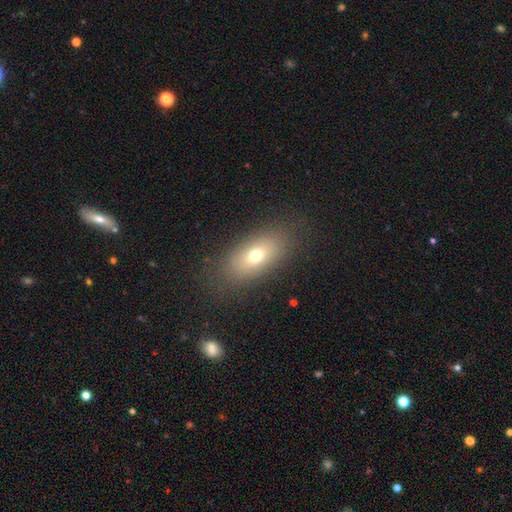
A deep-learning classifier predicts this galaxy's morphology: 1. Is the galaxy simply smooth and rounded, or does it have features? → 68% smooth, 20% featured or disk, 12% star or artifact.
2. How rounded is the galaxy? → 82% in between, 9% cigar-shaped, 8% round.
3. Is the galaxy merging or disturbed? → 82% none, 11% minor disturbance, 6% major disturbance, 1% merger.